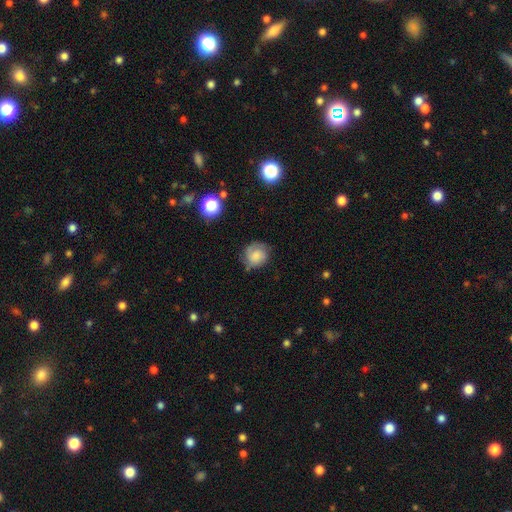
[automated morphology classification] A smooth galaxy with no disk features (57%) that is round (79%).

Vote fractions:
- Smooth or featured? smooth: 57% / featured or disk: 33% / star or artifact: 10%
- How rounded? round: 79% / in between: 20% / cigar-shaped: 1%
- Merging? none: 66% / minor disturbance: 24% / major disturbance: 9% / merger: 2%